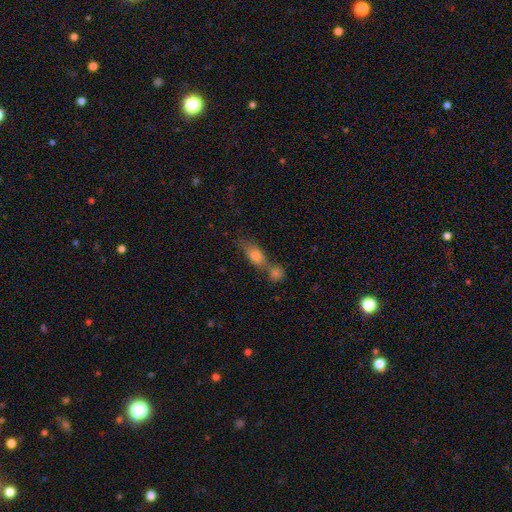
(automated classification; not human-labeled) Smooth or featured? Predicted: smooth (p=0.64). How rounded? Predicted: in between (p=0.61). Merging? Predicted: merger (p=0.49).